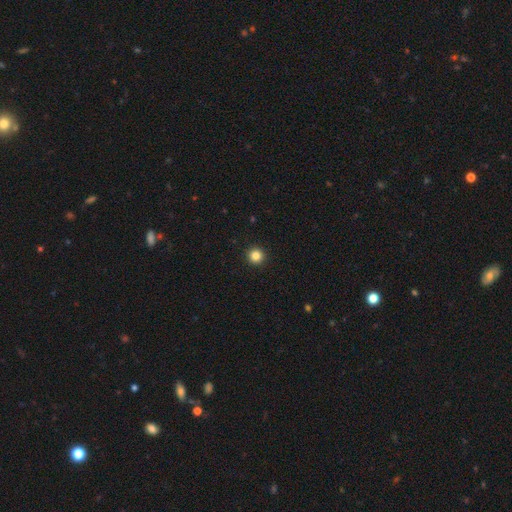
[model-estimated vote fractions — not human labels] A smooth galaxy with no disk features (85%) that is round (96%).

Vote fractions:
- Smooth or featured? smooth: 85% / star or artifact: 11% / featured or disk: 4%
- How rounded? round: 96% / in between: 3% / cigar-shaped: 1%
- Merging? none: 94% / minor disturbance: 4% / major disturbance: 1% / merger: 1%